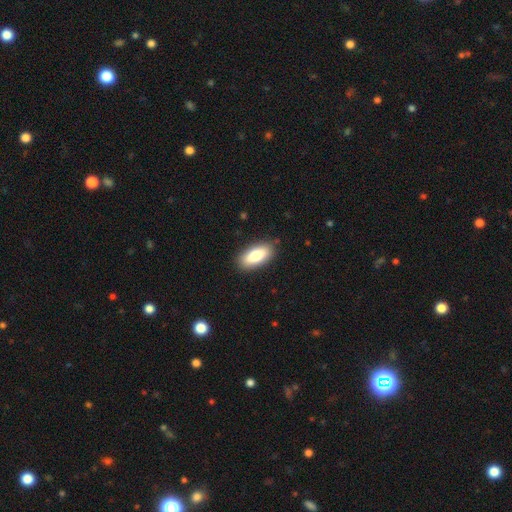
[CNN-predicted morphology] A smooth galaxy with no disk features (79%) that is in between round and cigar-shaped (85%).

Vote fractions:
- Smooth or featured? smooth: 79% / featured or disk: 15% / star or artifact: 6%
- How rounded? in between: 85% / cigar-shaped: 12% / round: 3%
- Merging? none: 87% / minor disturbance: 9% / major disturbance: 2% / merger: 1%